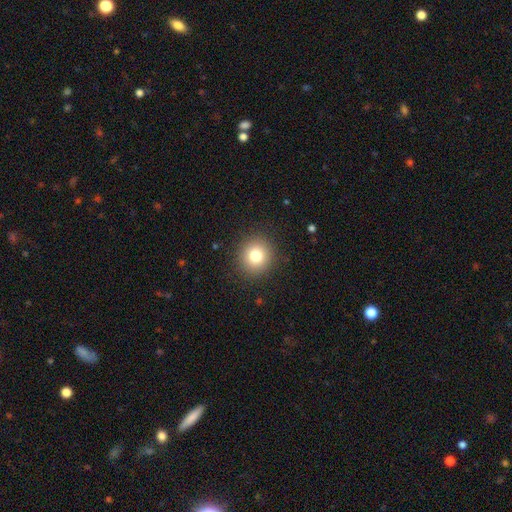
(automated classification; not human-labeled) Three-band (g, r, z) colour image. It shows a smooth galaxy with no disk features (79%) that is round (92%). Merging: none (91%).